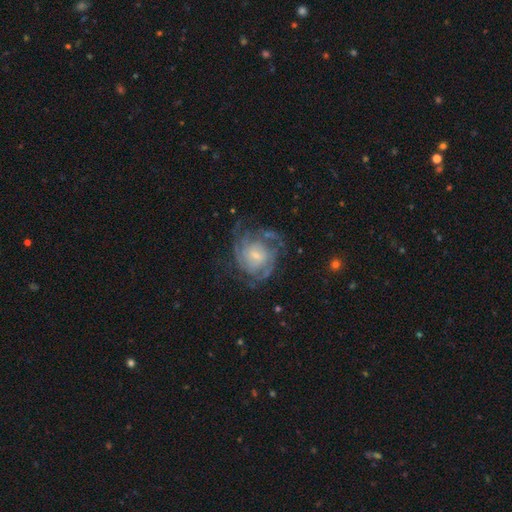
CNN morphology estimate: Smooth or featured?
  - featured or disk: 83% *
  - smooth: 11%
  - star or artifact: 6%
Edge-on disk?
  - no: 98% *
  - yes: 2%
Bar?
  - no: 55% *
  - weak: 39%
  - strong: 7%
Spiral arms?
  - yes: 94% *
  - no: 6%
Spiral winding?
  - tight: 56% *
  - medium: 35%
  - loose: 9%
Spiral arm count?
  - can't tell: 32% *
  - 3: 23%
  - 2: 18%
  - 4: 15%
  - more than 4: 6%
  - 1: 6%
Bulge size?
  - small: 60% *
  - moderate: 28%
  - none: 7%
  - large: 4%
  - dominant: 1%
Merging?
  - none: 63% *
  - minor disturbance: 19%
  - major disturbance: 16%
  - merger: 2%